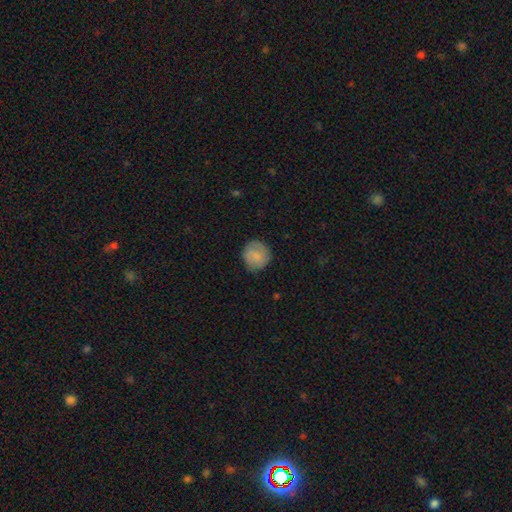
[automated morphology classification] type=smooth (76%); roundness=round (87%); merging=none (78%).